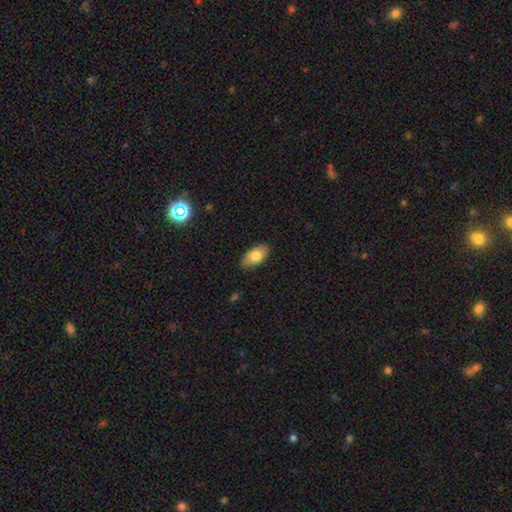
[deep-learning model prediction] This appears to be a smooth galaxy with no disk features (79%) that is in between round and cigar-shaped (93%). Merging: none (85%).